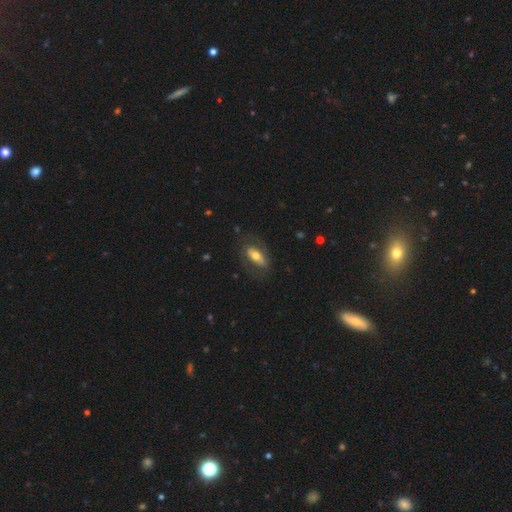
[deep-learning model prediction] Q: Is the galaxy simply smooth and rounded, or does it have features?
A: featured or disk — 47%, tied with smooth.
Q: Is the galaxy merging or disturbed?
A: none — 67%.